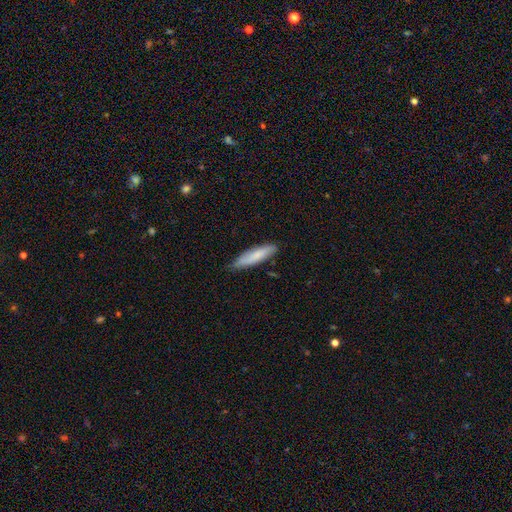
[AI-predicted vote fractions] Overall: smooth (76%). How rounded: cigar-shaped (75%). Merging: none (78%).